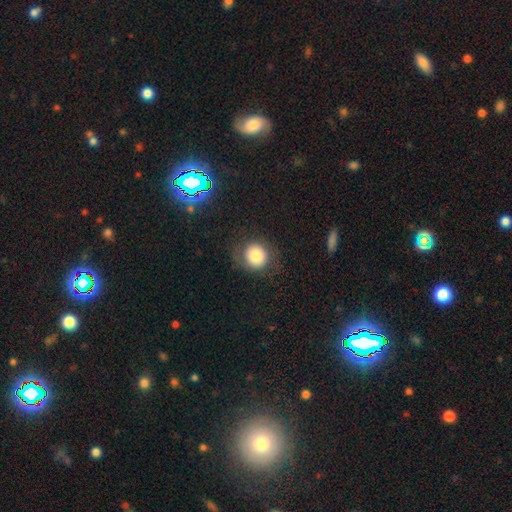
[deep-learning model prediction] smooth_or_featured: smooth (p=0.77) [alt: featured or disk p=0.13]
how_rounded: round (p=0.86) [alt: in between p=0.13]
merging: none (p=0.74) [alt: minor disturbance p=0.15]